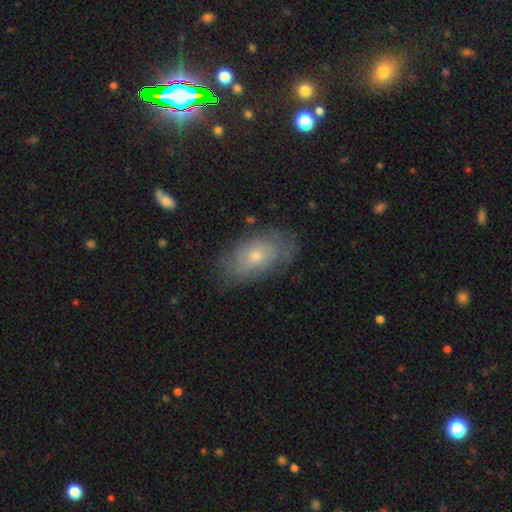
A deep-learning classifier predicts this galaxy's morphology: Smooth or featured?
  - smooth: 54% *
  - featured or disk: 37%
  - star or artifact: 9%
How rounded?
  - in between: 90% *
  - round: 7%
  - cigar-shaped: 3%
Merging?
  - none: 74% *
  - minor disturbance: 19%
  - major disturbance: 6%
  - merger: 1%